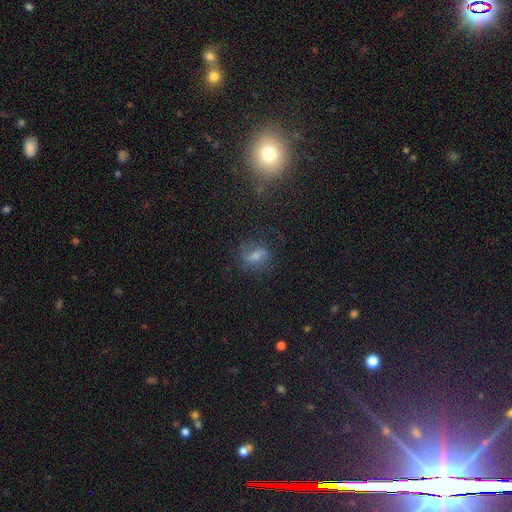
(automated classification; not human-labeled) This appears to be a featured or disk galaxy (43%). Merging: none (64%).